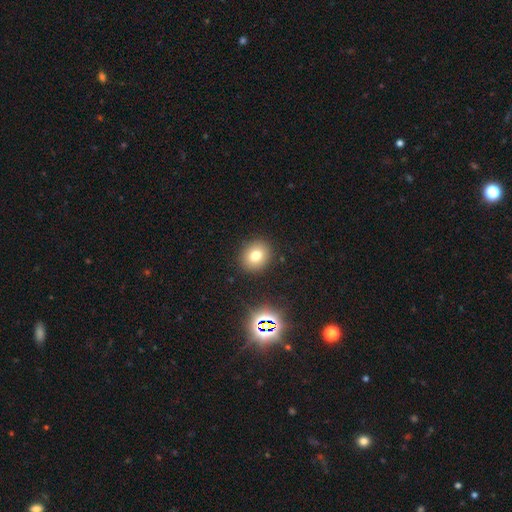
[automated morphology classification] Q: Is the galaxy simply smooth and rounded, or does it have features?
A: smooth — 74%.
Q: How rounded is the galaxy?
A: round — 72%.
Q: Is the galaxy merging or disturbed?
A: none — 89%.